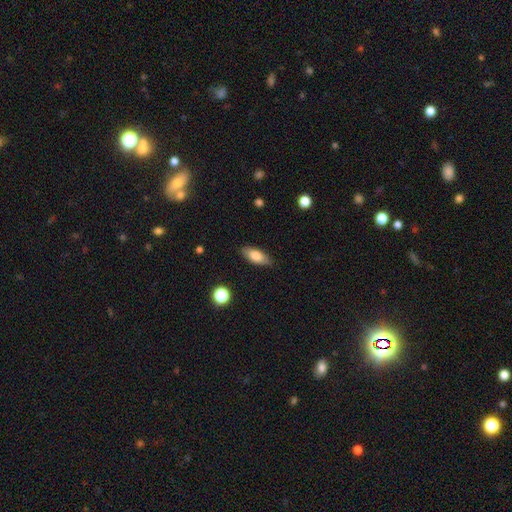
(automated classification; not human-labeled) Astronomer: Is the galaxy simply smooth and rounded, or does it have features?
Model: smooth — 78%.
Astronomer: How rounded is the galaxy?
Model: in between — 80%.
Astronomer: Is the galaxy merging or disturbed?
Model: none — 84%.